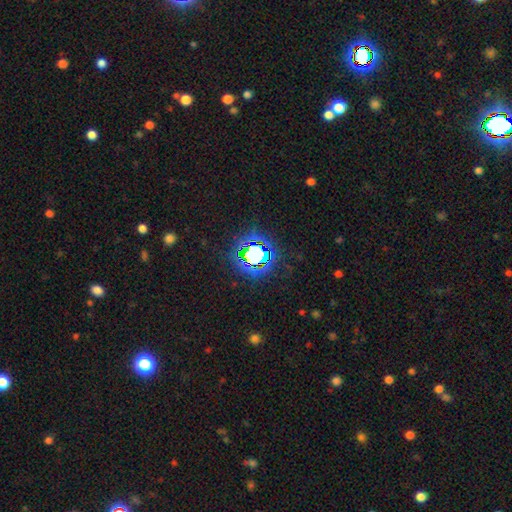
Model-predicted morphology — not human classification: Smooth or featured: star or artifact — 68% (smooth — 20%)